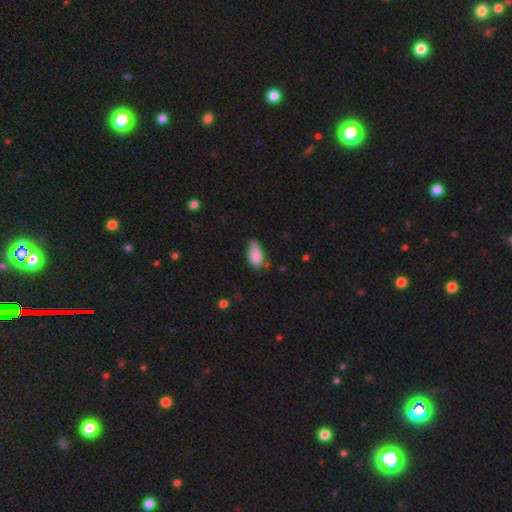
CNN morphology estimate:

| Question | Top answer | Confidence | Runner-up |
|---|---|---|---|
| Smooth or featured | smooth | 85% | featured or disk (8%) |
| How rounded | in between | 93% | round (4%) |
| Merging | none | 46% | minor disturbance (41%) |